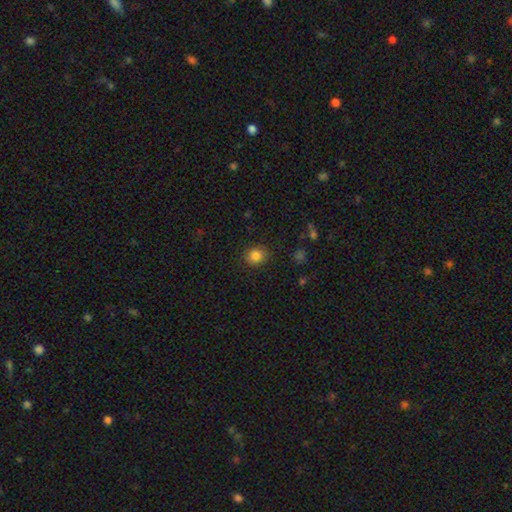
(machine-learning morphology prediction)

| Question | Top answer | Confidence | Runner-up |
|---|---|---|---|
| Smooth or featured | smooth | 85% | star or artifact (11%) |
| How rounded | round | 80% | in between (19%) |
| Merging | none | 86% | minor disturbance (10%) |